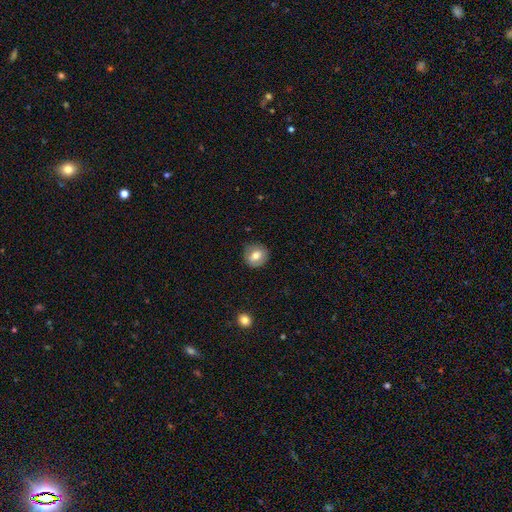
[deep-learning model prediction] smooth_or_featured: smooth (p=0.75) [alt: featured or disk p=0.16]
how_rounded: round (p=0.84) [alt: in between p=0.15]
merging: none (p=0.83) [alt: minor disturbance p=0.13]